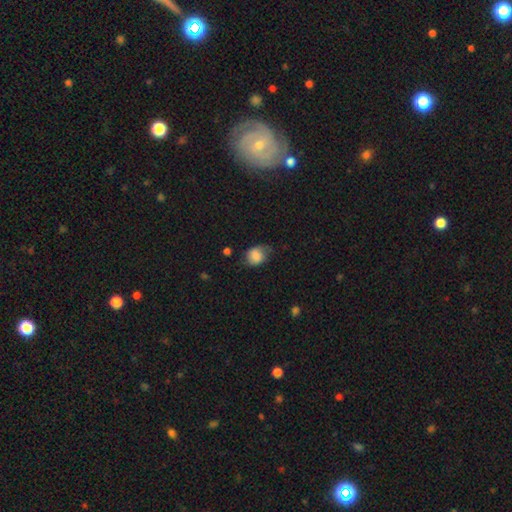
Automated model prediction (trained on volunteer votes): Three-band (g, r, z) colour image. It shows a smooth galaxy with no disk features (78%) that is in between round and cigar-shaped (54%). Merging: none (48%).